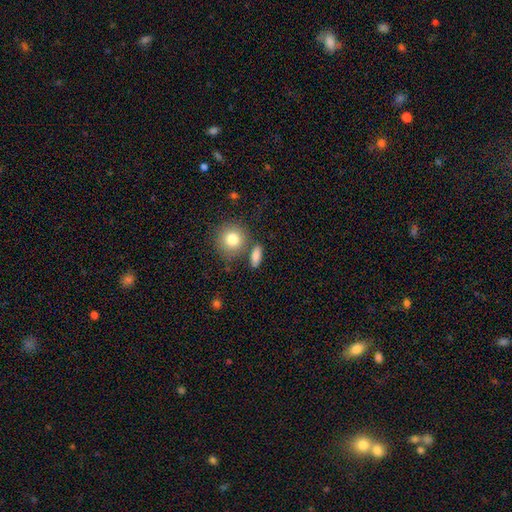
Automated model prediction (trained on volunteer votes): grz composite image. It shows a smooth galaxy with no disk features (83%) that is in between round and cigar-shaped (58%). Merging: none (73%).